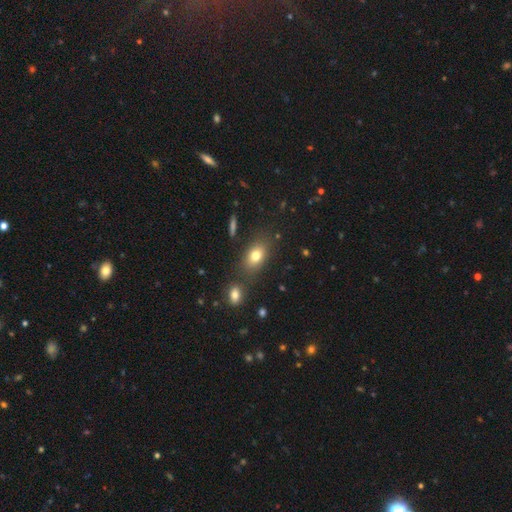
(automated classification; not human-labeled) The model was most divided on "smooth or featured": smooth: 77%, featured or disk: 12%, star or artifact: 11%. More confident: how rounded — in between (81%); merging — none (77%).